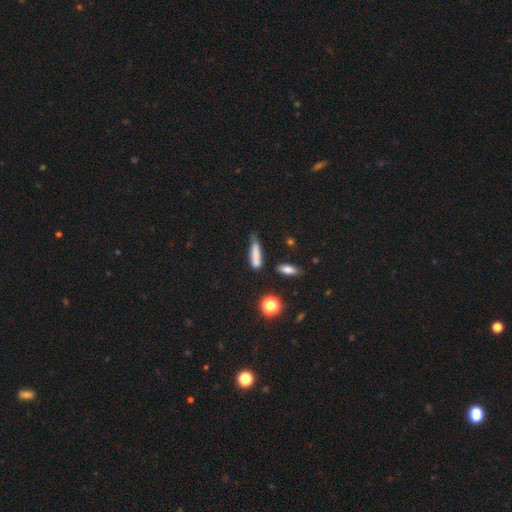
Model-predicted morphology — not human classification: Overall: smooth (77%). How rounded: cigar-shaped (70%). Merging: none (46%; minor disturbance 33%).